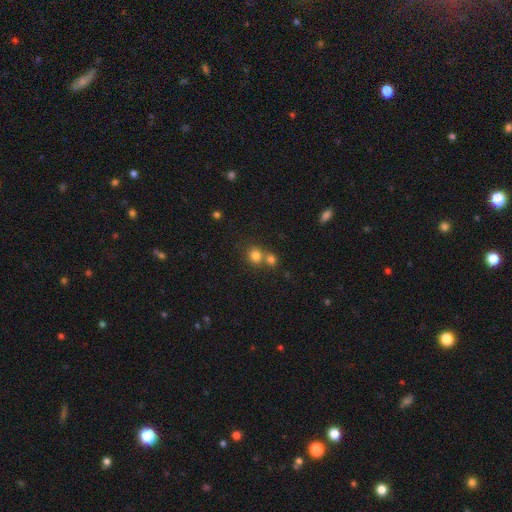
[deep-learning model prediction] Overall: smooth (79%). How rounded: round (78%). Merging: merger (46%; none 45%).